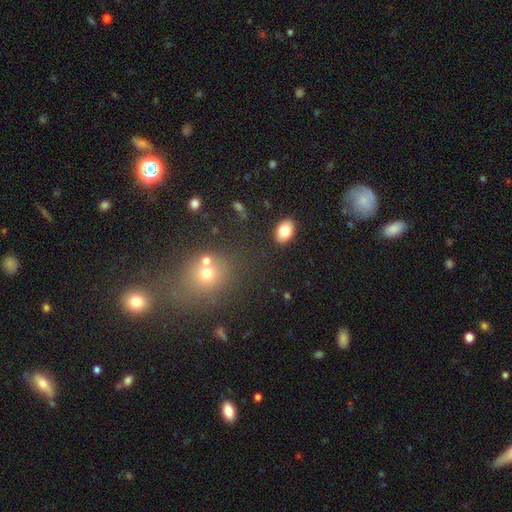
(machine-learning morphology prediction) The model was most divided on "smooth or featured": star or artifact: 46%, smooth: 45%, featured or disk: 9%.